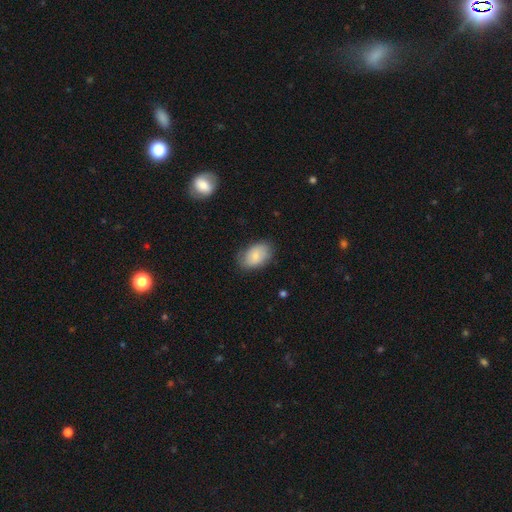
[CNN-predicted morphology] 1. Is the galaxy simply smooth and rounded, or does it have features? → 76% smooth, 18% featured or disk, 7% star or artifact.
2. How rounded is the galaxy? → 88% in between, 11% round, 1% cigar-shaped.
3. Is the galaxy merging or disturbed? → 75% none, 19% minor disturbance, 5% major disturbance, 1% merger.